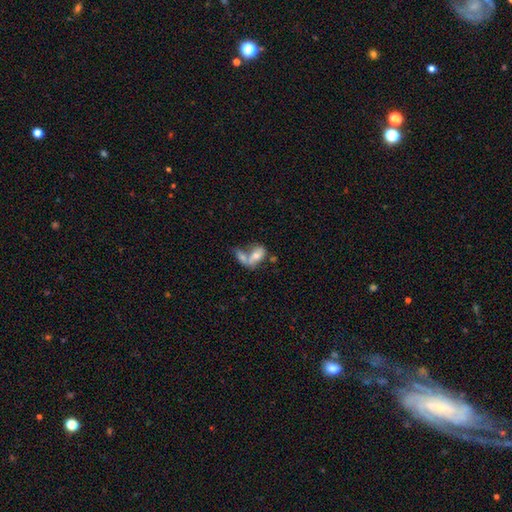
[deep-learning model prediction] Q: Smooth or featured?
A: smooth (63%); runner-up: featured or disk (29%)
Q: How rounded?
A: in between (85%); runner-up: round (9%)
Q: Merging?
A: merger (66%); runner-up: none (18%)